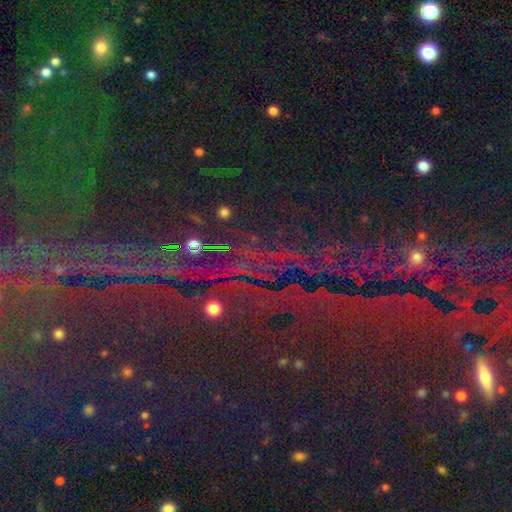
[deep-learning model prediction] Smooth or featured? star or artifact (87%)